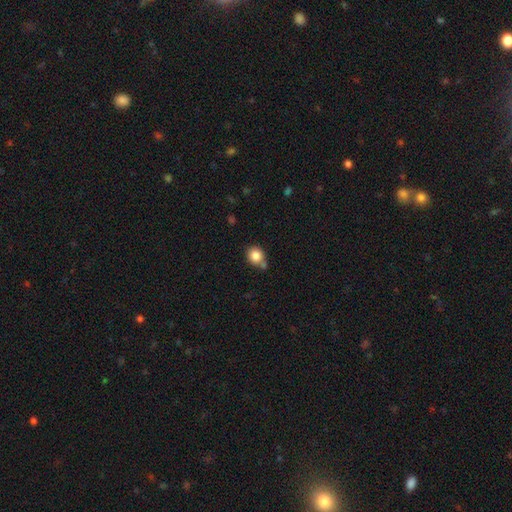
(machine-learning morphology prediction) The model was most divided on "merging": none: 65%, minor disturbance: 16%, merger: 15%, major disturbance: 4%. More confident: smooth or featured — smooth (83%); how rounded — round (76%).